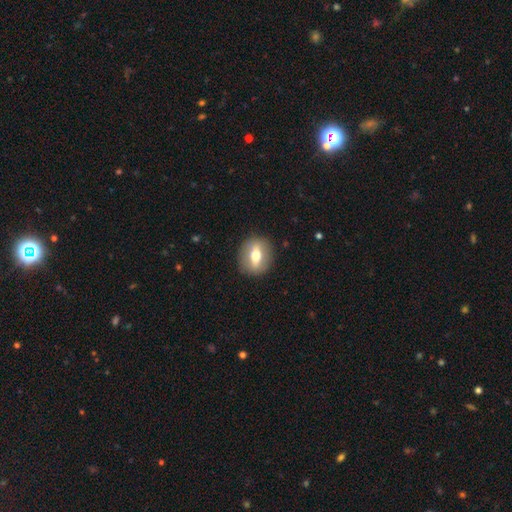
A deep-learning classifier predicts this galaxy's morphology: The model was most divided on "smooth or featured": smooth: 49%, featured or disk: 44%, star or artifact: 8%. More confident: merging — none (88%).